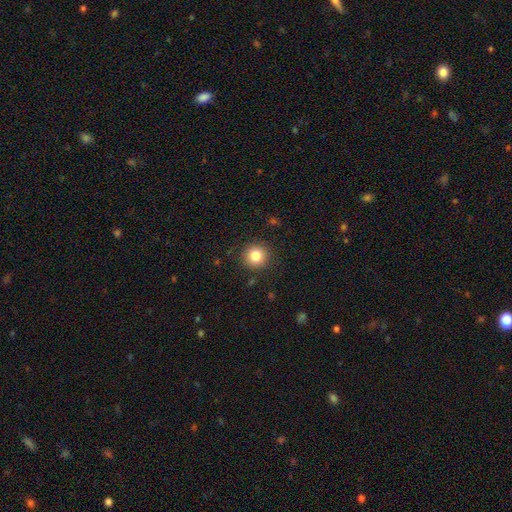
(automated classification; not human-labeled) Smooth or featured? smooth (82%)
How rounded? round (93%)
Merging? none (89%)